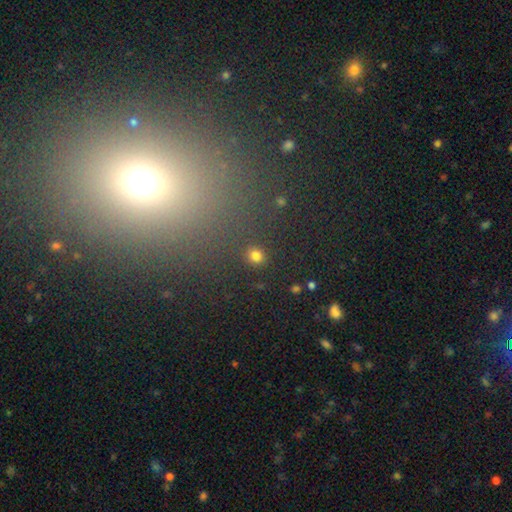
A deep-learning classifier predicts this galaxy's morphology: Smooth or featured? smooth (80%)
How rounded? round (82%)
Merging? none (89%)